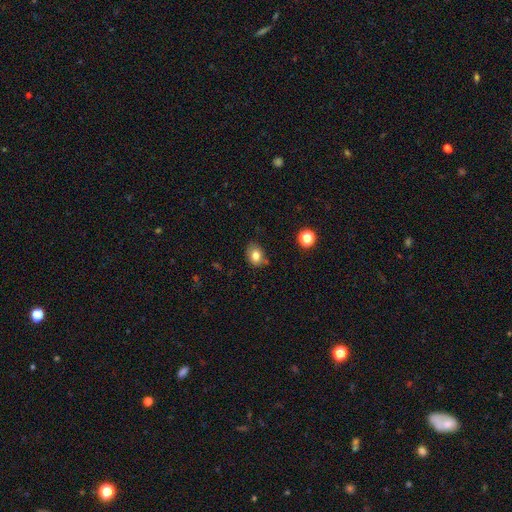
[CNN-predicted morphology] Smooth or featured? Predicted: smooth (p=0.79). How rounded? Predicted: in between (p=0.59). Merging? Predicted: none (p=0.68).